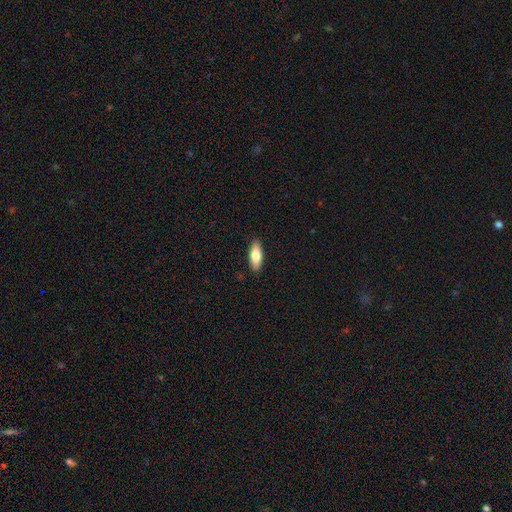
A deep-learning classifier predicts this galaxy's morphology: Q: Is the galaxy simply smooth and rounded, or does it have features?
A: smooth — 74%.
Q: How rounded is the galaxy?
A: in between — 70%.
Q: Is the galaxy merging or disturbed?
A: none — 90%.